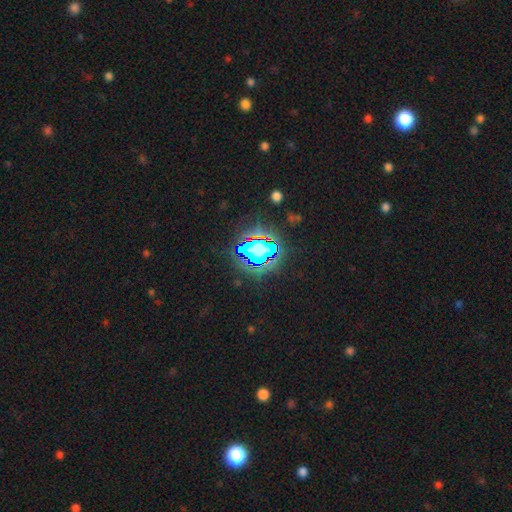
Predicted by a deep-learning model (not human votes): A star or artifact, not a galaxy (68%).